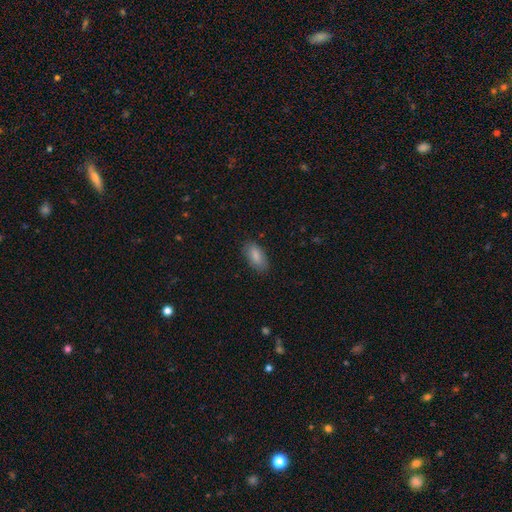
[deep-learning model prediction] smooth-or-featured: smooth: 85% | featured or disk: 8% | star or artifact: 7%
  how-rounded: in between: 89% | cigar-shaped: 8% | round: 2%
  merging: none: 84% | minor disturbance: 12% | major disturbance: 3% | merger: 1%